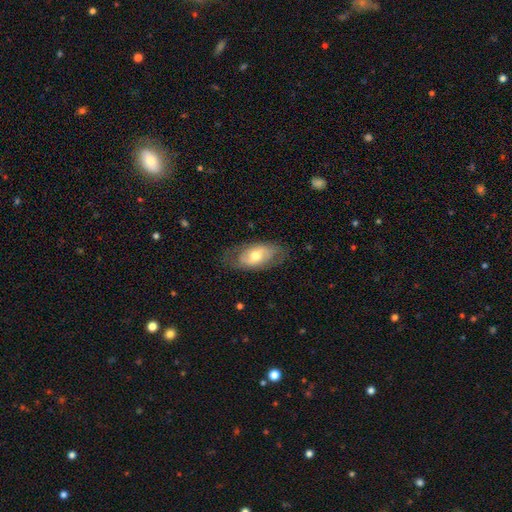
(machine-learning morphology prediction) smooth_or_featured: featured or disk (p=0.48) [alt: smooth p=0.46]
merging: none (p=0.72) [alt: minor disturbance p=0.19]